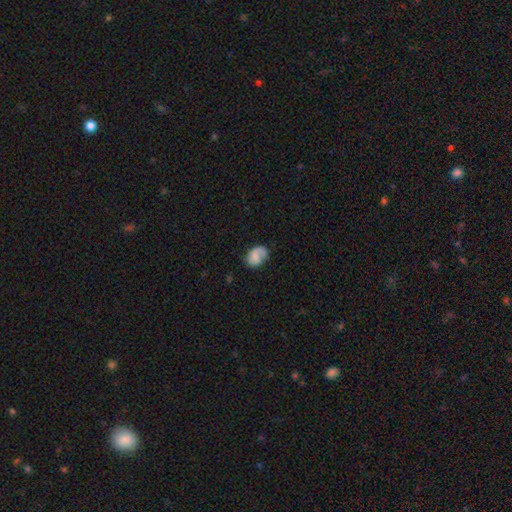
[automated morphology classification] smooth_or_featured: smooth (p=0.49) [alt: featured or disk p=0.43]
merging: none (p=0.60) [alt: minor disturbance p=0.25]